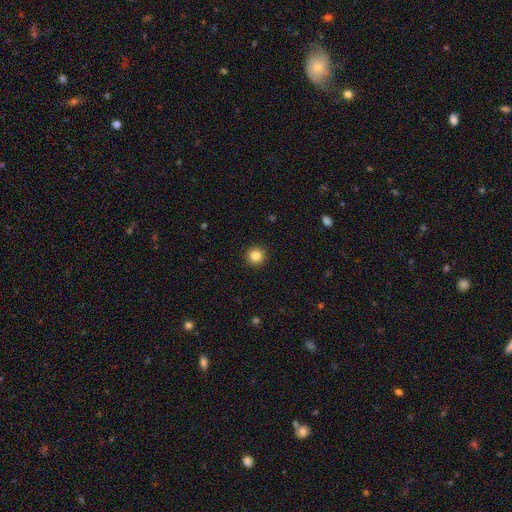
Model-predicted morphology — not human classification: Smooth or featured: smooth — 84% (star or artifact — 11%)
How rounded: round — 96% (in between — 3%)
Merging: none — 93% (minor disturbance — 4%)